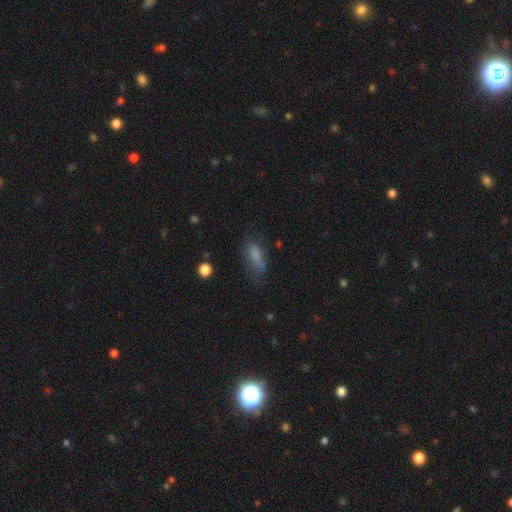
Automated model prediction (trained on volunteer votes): A smooth galaxy with no disk features (69%) that is in between round and cigar-shaped (74%).

Vote fractions:
- Smooth or featured? smooth: 69% / featured or disk: 21% / star or artifact: 11%
- How rounded? in between: 74% / cigar-shaped: 22% / round: 4%
- Merging? none: 54% / minor disturbance: 27% / major disturbance: 16% / merger: 3%